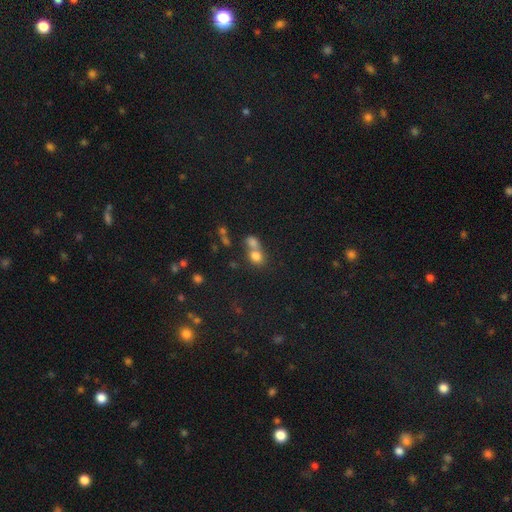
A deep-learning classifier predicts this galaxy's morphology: Smooth or featured? smooth (76%)
How rounded? round (56%)
Merging? merger (59%)